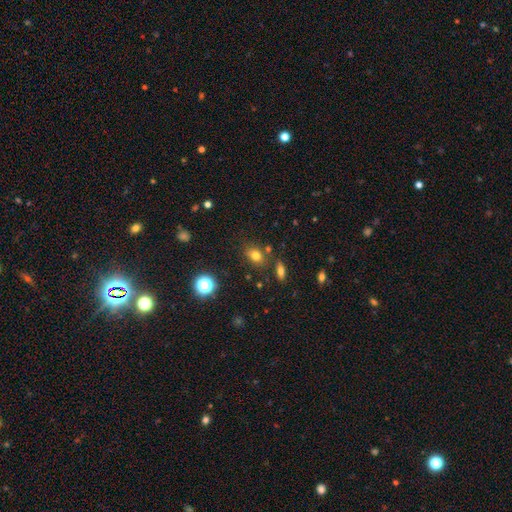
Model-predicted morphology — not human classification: smooth 73%, star or artifact 17%, featured or disk 9%. Down the decision tree: how rounded — in between (56%); merging — none (74%).